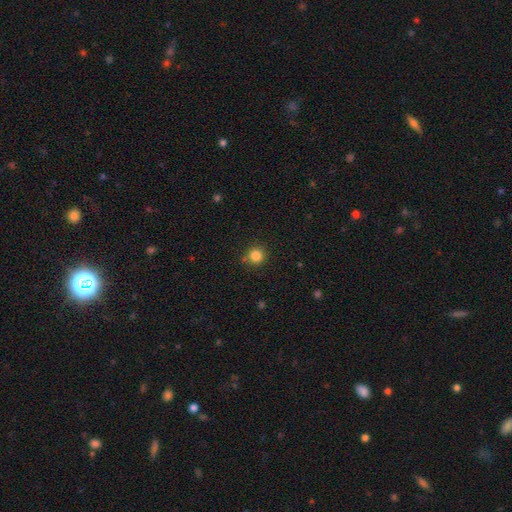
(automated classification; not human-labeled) A smooth galaxy with no disk features (84%) that is round (93%). Merging: none (85%).